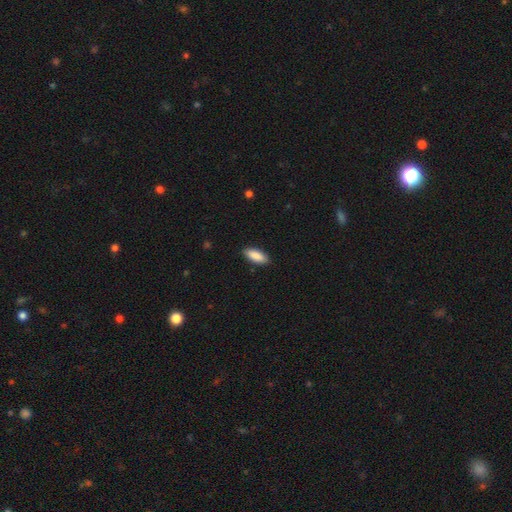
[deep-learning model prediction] Smooth or featured? smooth (89%)
How rounded? in between (79%)
Merging? none (88%)